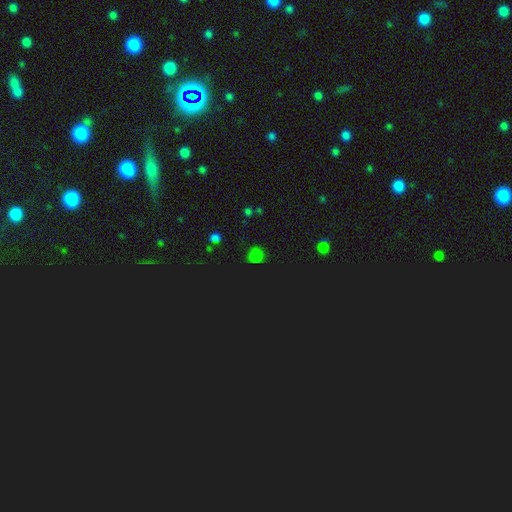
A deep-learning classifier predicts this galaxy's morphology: type=smooth (55%); roundness=round (84%); merging=none (75%).